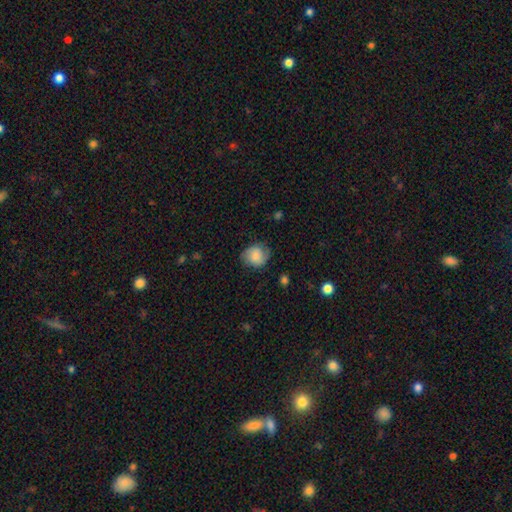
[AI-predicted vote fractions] smooth_or_featured: smooth (p=0.62) [alt: featured or disk p=0.30]
how_rounded: round (p=0.69) [alt: in between p=0.30]
merging: none (p=0.72) [alt: minor disturbance p=0.21]